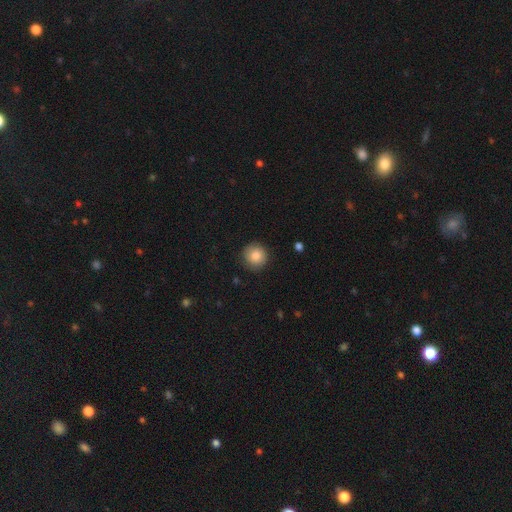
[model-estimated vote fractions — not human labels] This is clearly a smooth galaxy (85%). How rounded: clearly round (94%). Merging: clearly none (88%).